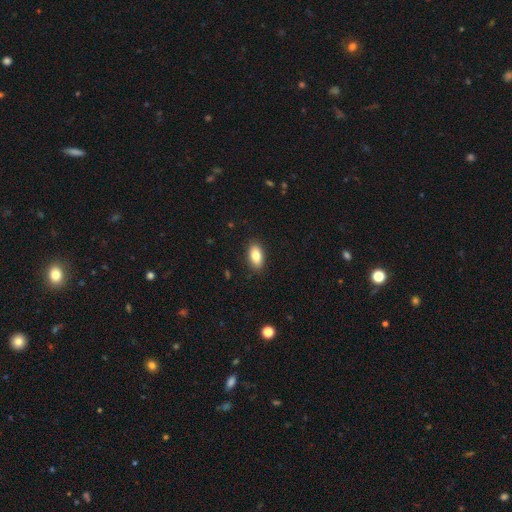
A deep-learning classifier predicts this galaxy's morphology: smooth 83%, featured or disk 9%, star or artifact 8%. Down the decision tree: how rounded — in between (91%); merging — none (89%).